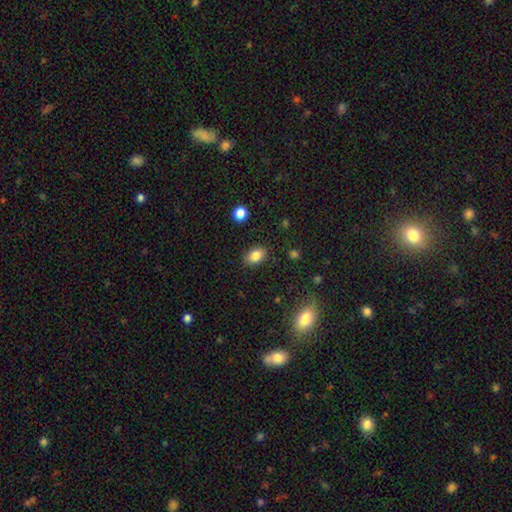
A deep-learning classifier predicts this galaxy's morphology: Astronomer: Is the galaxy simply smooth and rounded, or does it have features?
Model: smooth — 84%.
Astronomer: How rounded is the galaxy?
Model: in between — 84%.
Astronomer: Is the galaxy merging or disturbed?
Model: none — 86%.